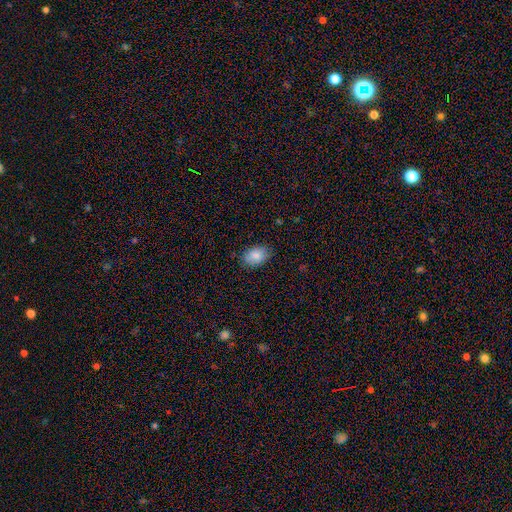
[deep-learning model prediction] A smooth galaxy with no disk features (86%) that is in between round and cigar-shaped (88%). Merging: none (83%).